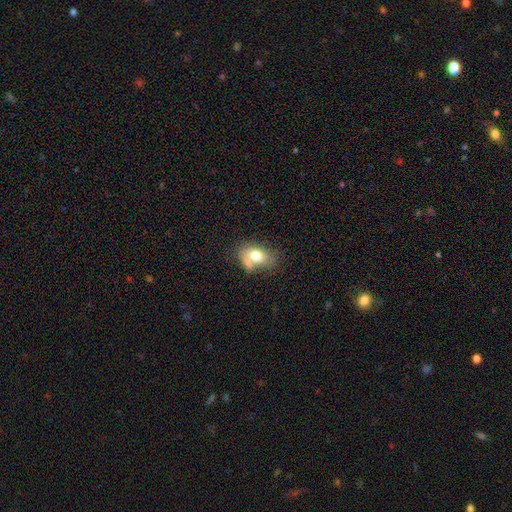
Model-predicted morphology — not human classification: smooth_or_featured: smooth (p=0.71) [alt: featured or disk p=0.21]
how_rounded: in between (p=0.81) [alt: round p=0.18]
merging: none (p=0.40) [alt: minor disturbance p=0.26]